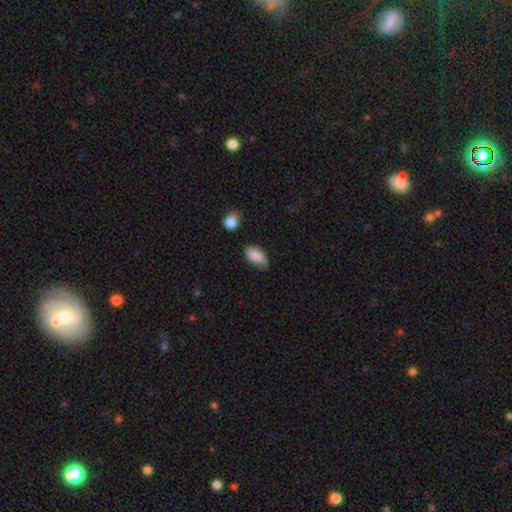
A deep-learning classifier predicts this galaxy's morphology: A smooth galaxy with no disk features (87%) that is in between round and cigar-shaped (93%). Merging: none (73%).